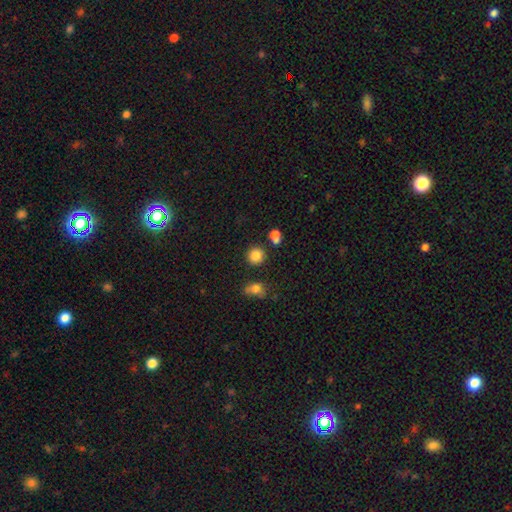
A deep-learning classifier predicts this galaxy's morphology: Smooth or featured?
  - smooth: 84% *
  - star or artifact: 11%
  - featured or disk: 5%
How rounded?
  - round: 89% *
  - in between: 10%
  - cigar-shaped: 1%
Merging?
  - none: 80% *
  - minor disturbance: 9%
  - merger: 8%
  - major disturbance: 3%